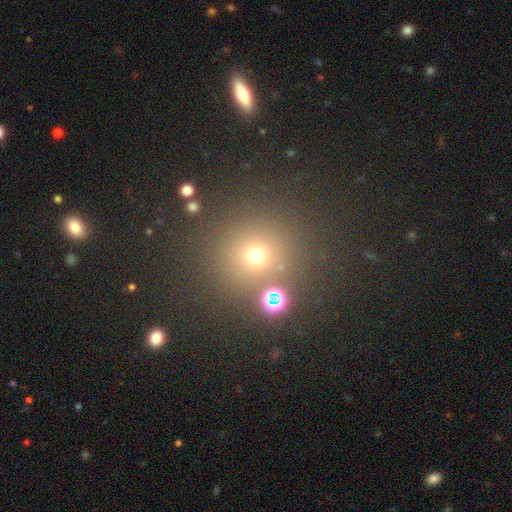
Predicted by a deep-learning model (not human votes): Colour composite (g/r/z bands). It shows a smooth galaxy with no disk features (67%) that is round (89%). Merging: none (79%).